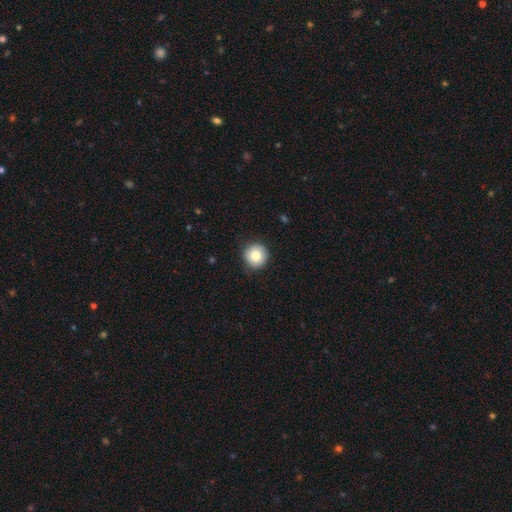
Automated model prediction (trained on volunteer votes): smooth-or-featured: smooth: 82% | featured or disk: 10% | star or artifact: 8%
  how-rounded: round: 95% | in between: 4% | cigar-shaped: 1%
  merging: none: 87% | minor disturbance: 10% | major disturbance: 2% | merger: 1%